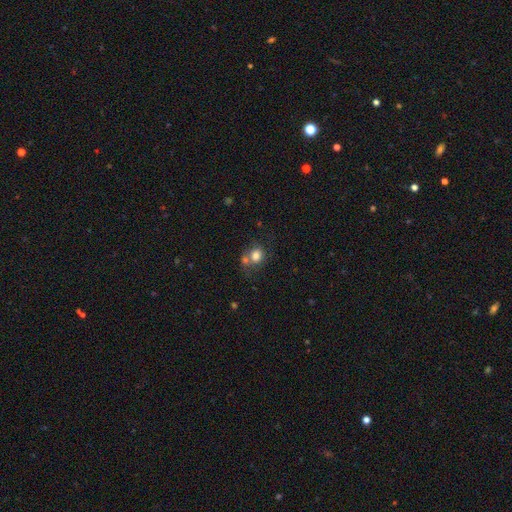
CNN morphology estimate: Smooth or featured? Predicted: smooth (p=0.78). How rounded? Predicted: round (p=0.68). Merging? Predicted: none (p=0.46).